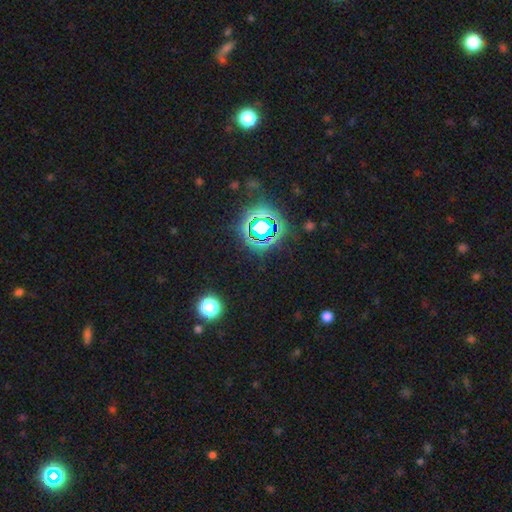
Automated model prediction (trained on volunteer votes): Smooth or featured? star or artifact (76%)